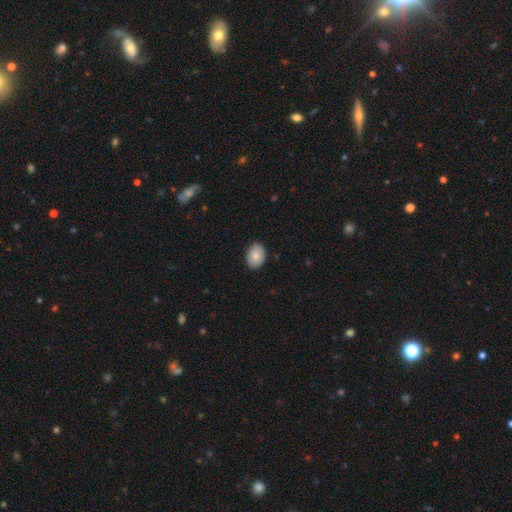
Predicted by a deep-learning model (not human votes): Morphology: type=smooth (85%); roundness=in between (76%); merging=none (87%).